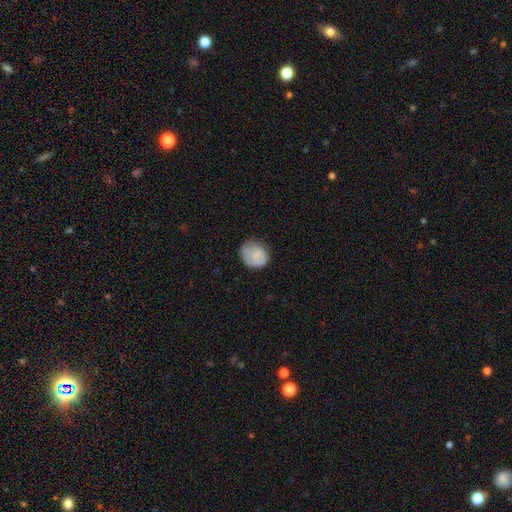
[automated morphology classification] type=smooth (76%); roundness=round (70%); merging=none (61%).